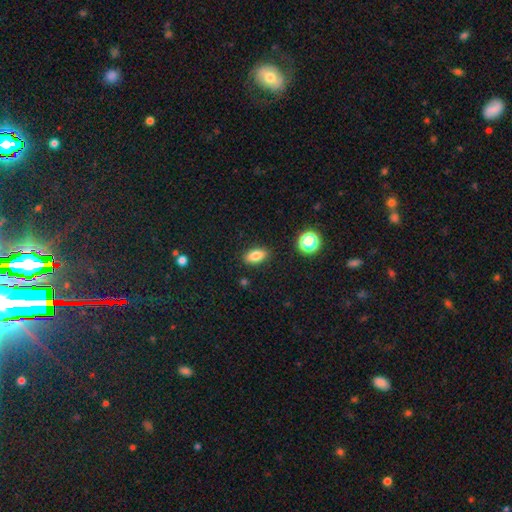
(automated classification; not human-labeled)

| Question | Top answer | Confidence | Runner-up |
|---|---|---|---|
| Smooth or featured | smooth | 82% | star or artifact (10%) |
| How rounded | in between | 88% | round (7%) |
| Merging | none | 87% | minor disturbance (9%) |